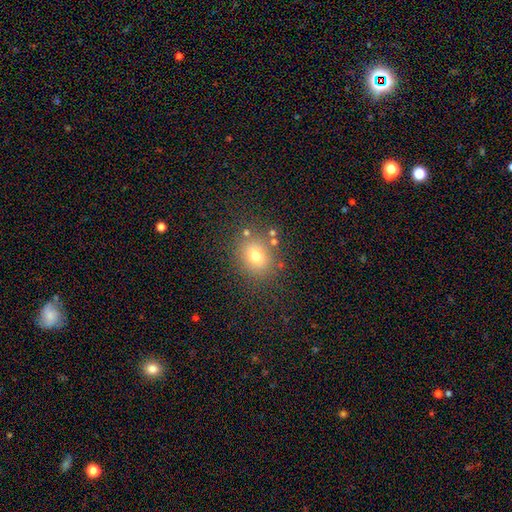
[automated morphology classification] The model was most divided on "how rounded": round: 65%, in between: 34%, cigar-shaped: 1%. More confident: merging — none (80%); smooth or featured — smooth (73%).